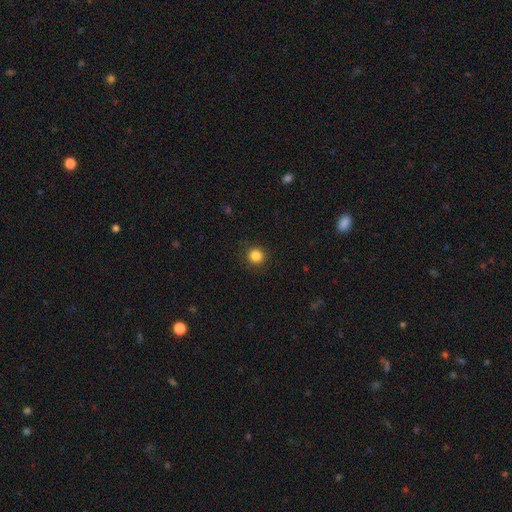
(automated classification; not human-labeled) smooth_or_featured: smooth (p=0.85) [alt: star or artifact p=0.11]
how_rounded: round (p=0.94) [alt: in between p=0.05]
merging: none (p=0.91) [alt: minor disturbance p=0.06]